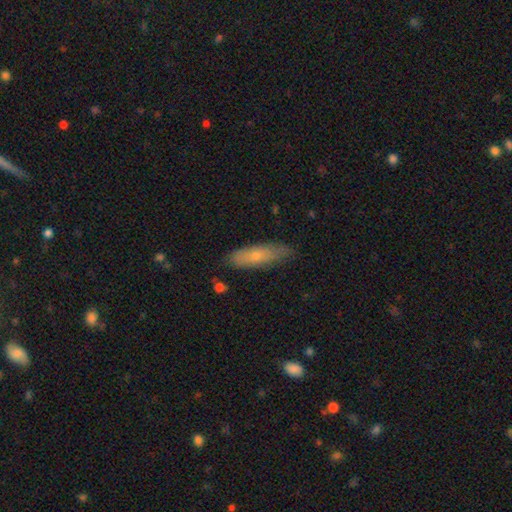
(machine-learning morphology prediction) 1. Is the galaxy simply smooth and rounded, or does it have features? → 66% smooth, 27% featured or disk, 7% star or artifact.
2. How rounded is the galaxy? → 54% cigar-shaped, 44% in between, 2% round.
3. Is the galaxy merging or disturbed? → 77% none, 18% minor disturbance, 3% major disturbance, 2% merger.